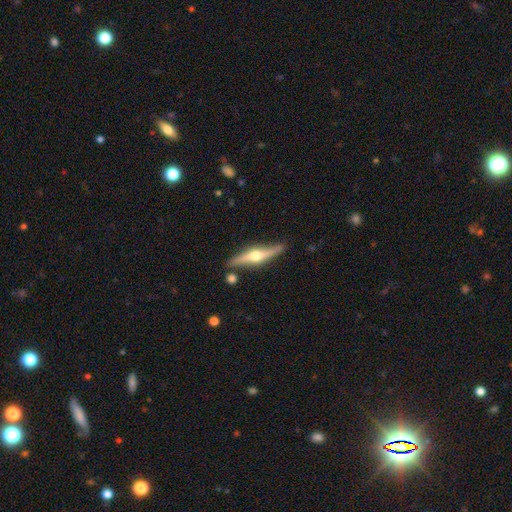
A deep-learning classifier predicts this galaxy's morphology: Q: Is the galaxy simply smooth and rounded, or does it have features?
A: featured or disk — 75%.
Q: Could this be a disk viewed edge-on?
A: yes — 94%.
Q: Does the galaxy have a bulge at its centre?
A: rounded — 94%.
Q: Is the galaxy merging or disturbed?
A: none — 81%.